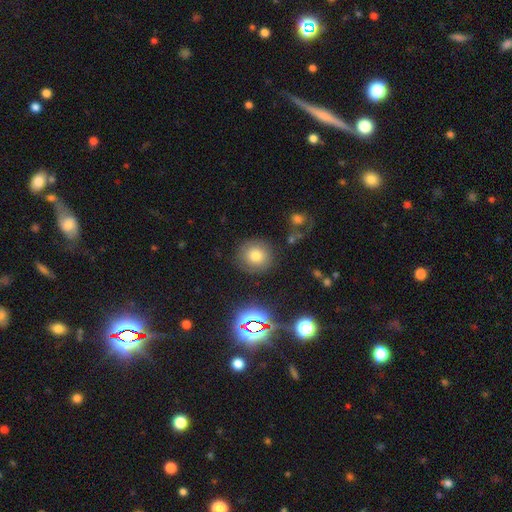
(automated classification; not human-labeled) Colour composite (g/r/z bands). It shows a smooth galaxy with no disk features (71%) that is round (89%). Merging: none (83%).